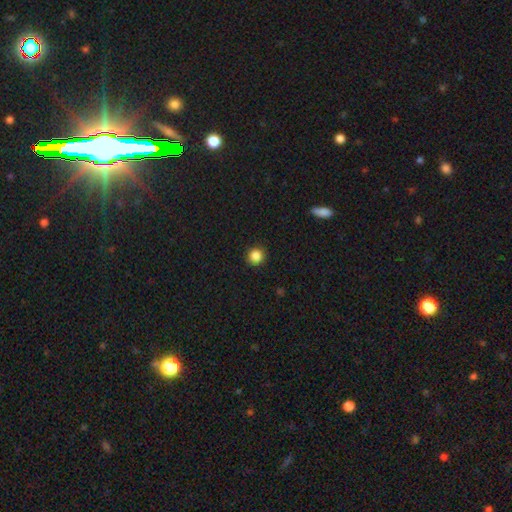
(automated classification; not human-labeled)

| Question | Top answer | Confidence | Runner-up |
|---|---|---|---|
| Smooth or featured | smooth | 86% | star or artifact (11%) |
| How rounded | round | 94% | in between (5%) |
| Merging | none | 92% | minor disturbance (5%) |